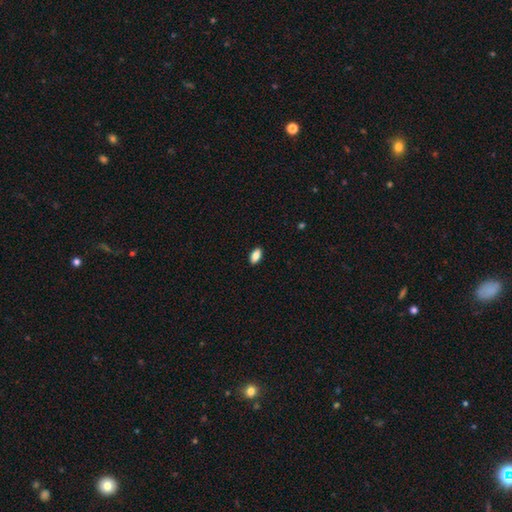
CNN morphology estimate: type=smooth (85%); roundness=in between (91%); merging=none (90%).